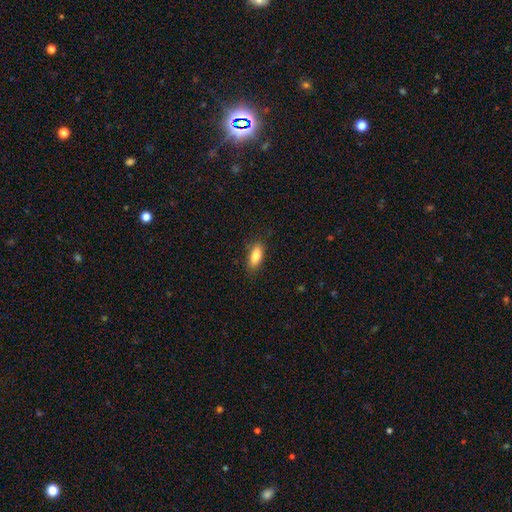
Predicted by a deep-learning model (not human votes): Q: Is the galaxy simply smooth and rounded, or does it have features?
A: smooth — 85%.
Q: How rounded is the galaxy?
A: in between — 80%.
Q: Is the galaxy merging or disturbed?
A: none — 84%.